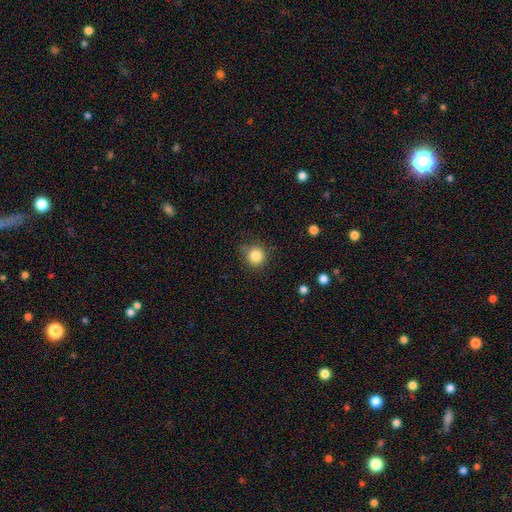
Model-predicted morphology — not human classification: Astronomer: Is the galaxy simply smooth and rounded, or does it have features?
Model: smooth — 84%.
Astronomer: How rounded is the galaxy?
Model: round — 93%.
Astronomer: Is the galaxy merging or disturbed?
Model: none — 82%.